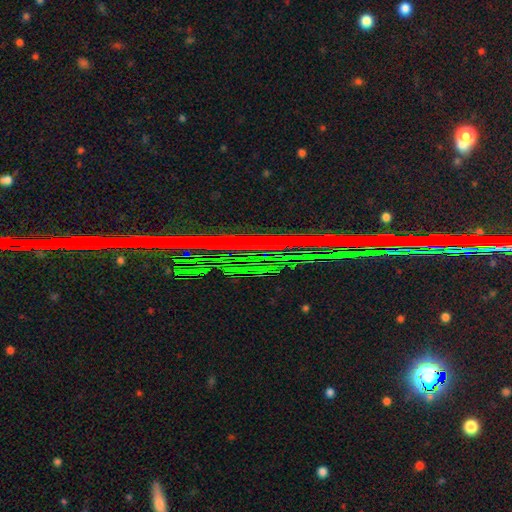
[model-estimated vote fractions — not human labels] Smooth or featured? Predicted: star or artifact (p=0.83).